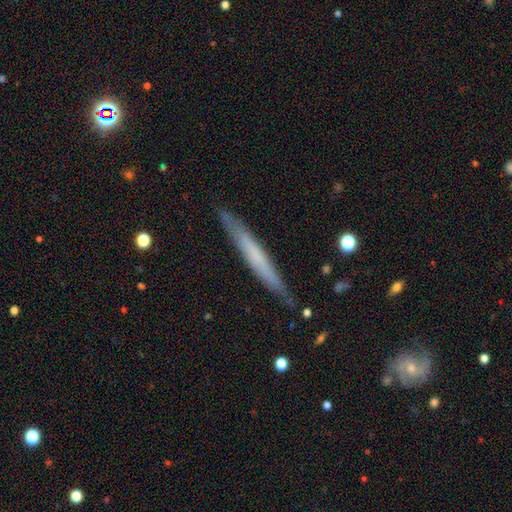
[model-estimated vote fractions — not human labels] smooth_or_featured: smooth (p=0.50) [alt: featured or disk p=0.44]
merging: none (p=0.87) [alt: minor disturbance p=0.10]